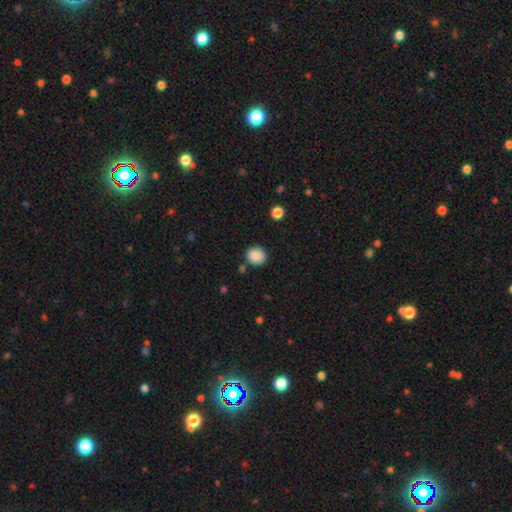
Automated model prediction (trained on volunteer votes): smooth_or_featured: smooth (p=0.87) [alt: star or artifact p=0.09]
how_rounded: round (p=0.88) [alt: in between p=0.11]
merging: none (p=0.86) [alt: minor disturbance p=0.09]